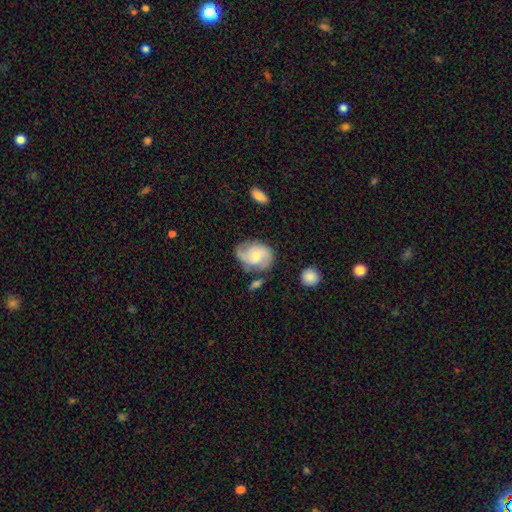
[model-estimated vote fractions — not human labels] A featured or disk galaxy (66%) with no bar (59%), 2 (67%) medium (47%) spiral arms (92%) and a moderate central bulge (48%).

Vote fractions:
- Smooth or featured? featured or disk: 66% / smooth: 27% / star or artifact: 7%
- Edge-on disk? no: 97% / yes: 3%
- Bar? no: 59% / weak: 35% / strong: 6%
- Spiral arms? yes: 92% / no: 8%
- Spiral winding? medium: 47% / tight: 29% / loose: 24%
- Spiral arm count? 2: 67% / can't tell: 13% / 3: 12% / 1: 4% / 4: 2% / more than 4: 2%
- Bulge size? moderate: 48% / small: 45% / large: 3% / none: 3% / dominant: 1%
- Merging? none: 62% / minor disturbance: 24% / major disturbance: 8% / merger: 6%